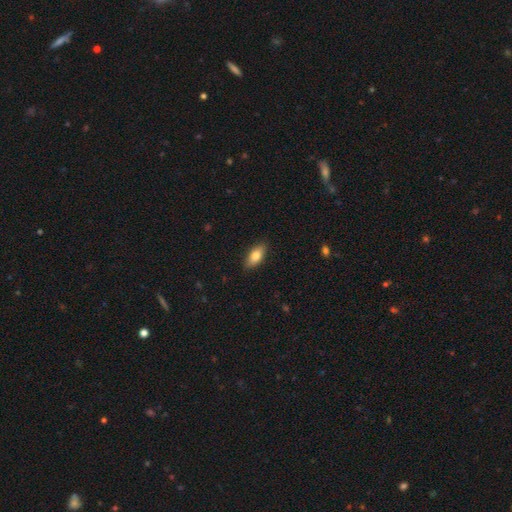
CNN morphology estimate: smooth_or_featured: smooth (p=0.79) [alt: featured or disk p=0.14]
how_rounded: in between (p=0.85) [alt: cigar-shaped p=0.12]
merging: none (p=0.88) [alt: minor disturbance p=0.09]